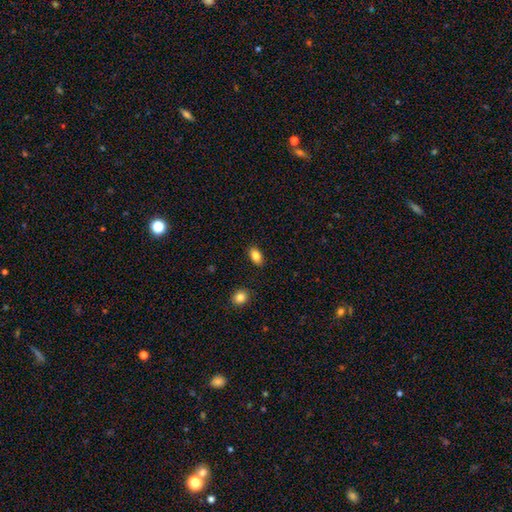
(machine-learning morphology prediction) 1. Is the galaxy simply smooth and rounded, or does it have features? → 84% smooth, 8% star or artifact, 8% featured or disk.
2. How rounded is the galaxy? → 90% in between, 7% round, 3% cigar-shaped.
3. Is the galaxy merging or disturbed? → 88% none, 8% minor disturbance, 2% major disturbance, 1% merger.